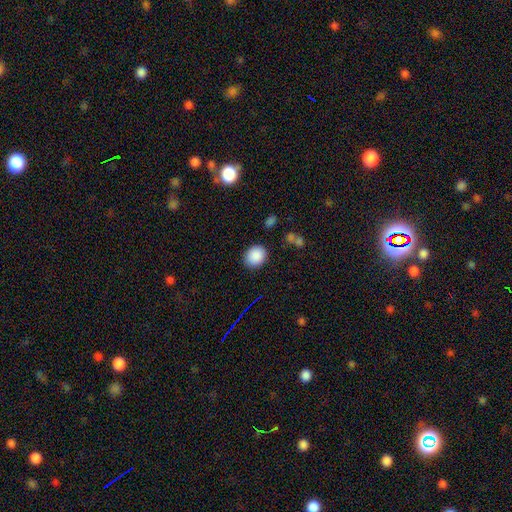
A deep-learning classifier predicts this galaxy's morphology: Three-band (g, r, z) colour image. It shows a smooth galaxy with no disk features (88%) that is round (72%). Merging: none (87%).